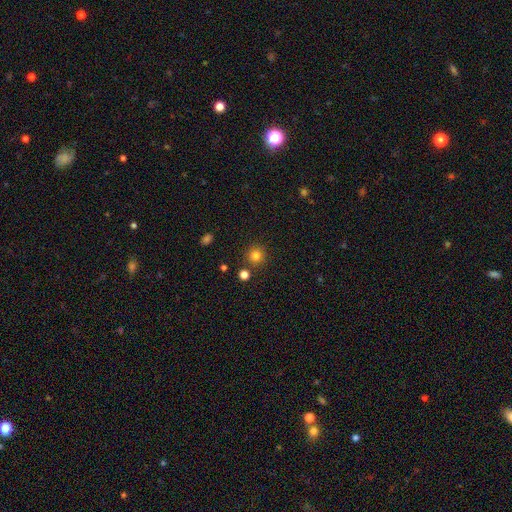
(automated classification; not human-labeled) A smooth galaxy with no disk features (81%) that is round (94%). Merging: none (86%).